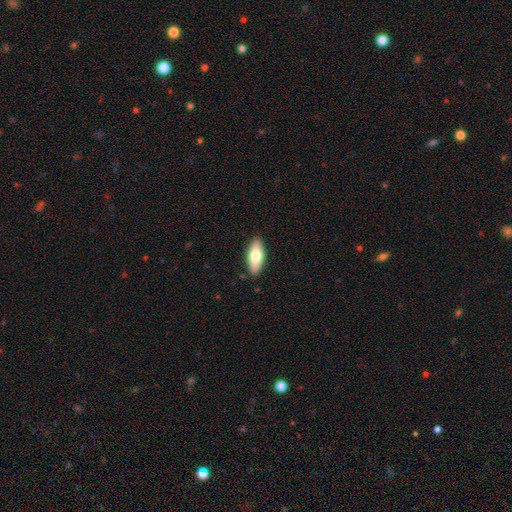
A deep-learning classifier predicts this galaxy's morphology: Smooth or featured? smooth (67%)
How rounded? in between (74%)
Merging? none (88%)